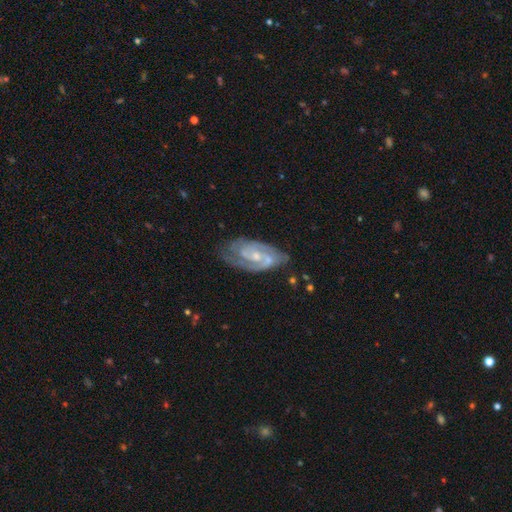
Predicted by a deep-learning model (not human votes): This appears to be a featured or disk galaxy (85%) with no bar (52%), 2 (71%) tight (47%) spiral arms (95%) and a small central bulge (56%). Merging: none (62%).